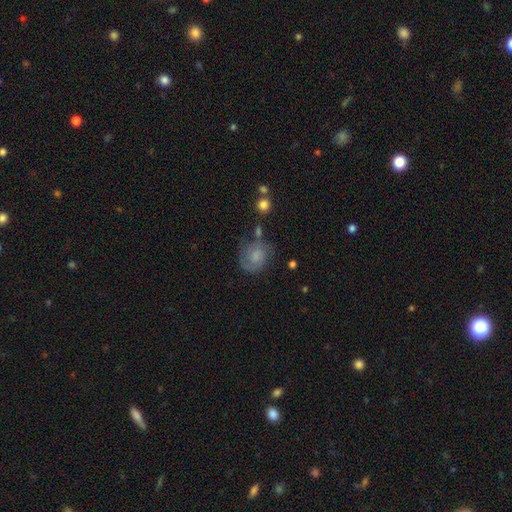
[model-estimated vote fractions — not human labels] Smooth or featured? featured or disk (60%)
Edge-on disk? no (98%)
Bar? no (64%)
Spiral arms? yes (89%)
Spiral winding? tight (47%)
Spiral arm count? 2 (60%)
Bulge size? small (35%)
Merging? none (59%)